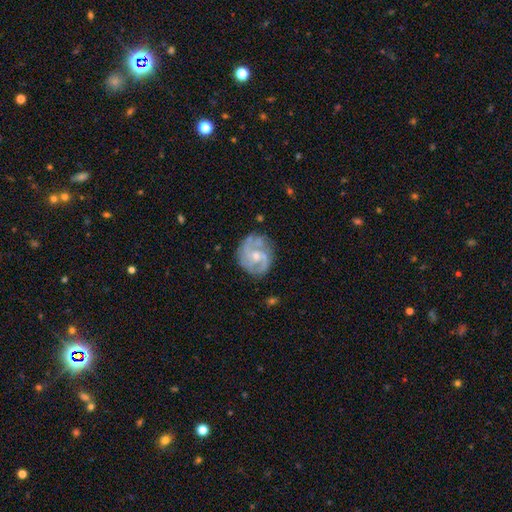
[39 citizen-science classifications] Volunteers were most divided on "spiral winding": tight: 39%, medium: 32%, loose: 29%. Remaining: edge-on disk — no (97%); spiral arms — yes (97%); merging — none (86%); smooth or featured — featured or disk (77%); bar — no (76%); bulge size — moderate (69%); spiral arm count — 3 (39%).